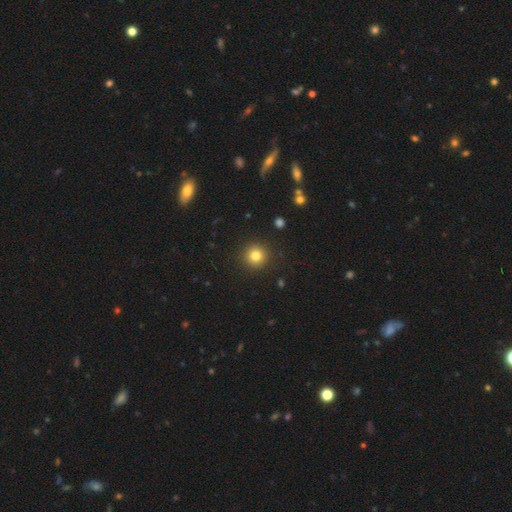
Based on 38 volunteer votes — smooth_or_featured: smooth (p=0.87) [alt: featured or disk p=0.08]
how_rounded: round (p=0.94) [alt: in between p=0.06]
merging: none (p=0.94) [alt: major disturbance p=0.06]